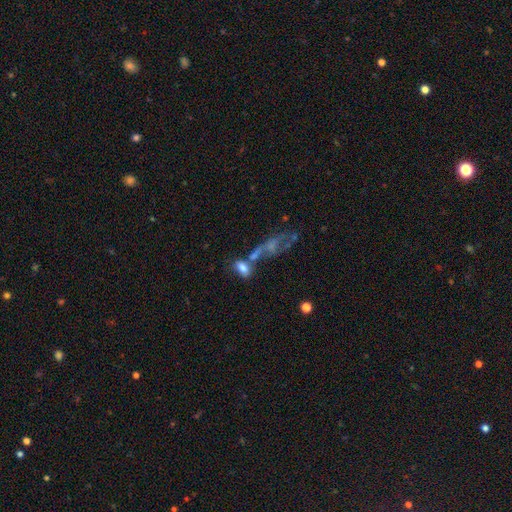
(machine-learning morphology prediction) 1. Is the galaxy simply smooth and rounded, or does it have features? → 47% featured or disk, 29% smooth, 24% star or artifact.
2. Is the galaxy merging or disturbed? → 40% merger, 35% none, 12% major disturbance, 12% minor disturbance.